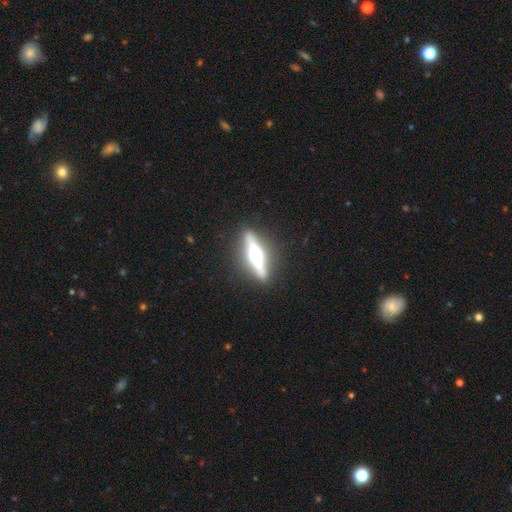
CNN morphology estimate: This is likely a featured or disk galaxy (79%). It is clearly viewed edge-on (96%). Edge-on bulge: clearly rounded (92%). Merging: clearly none (88%).